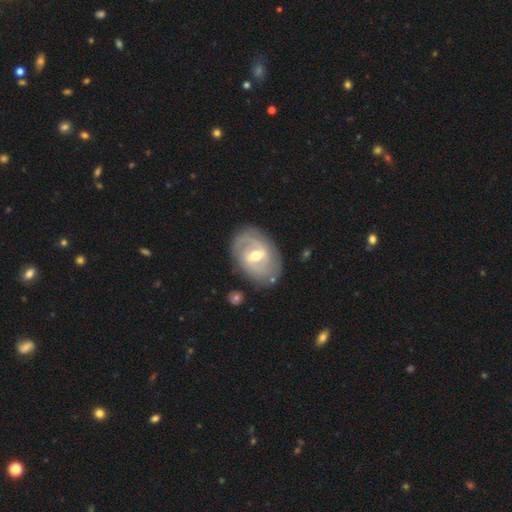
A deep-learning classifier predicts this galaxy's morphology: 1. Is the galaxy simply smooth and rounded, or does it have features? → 79% featured or disk, 16% smooth, 5% star or artifact.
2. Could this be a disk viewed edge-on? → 96% no, 4% yes.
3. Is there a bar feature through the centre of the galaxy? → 55% weak, 29% strong, 15% no.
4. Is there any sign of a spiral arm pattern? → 82% yes, 18% no.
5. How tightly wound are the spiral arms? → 47% tight, 36% medium, 17% loose.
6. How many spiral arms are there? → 65% 2, 20% can't tell, 7% 3, 4% 1, 2% 4, 2% more than 4.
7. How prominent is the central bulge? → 72% moderate, 21% small, 5% large, 1% none, 1% dominant.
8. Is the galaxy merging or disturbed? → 78% none, 15% minor disturbance, 5% major disturbance, 2% merger.